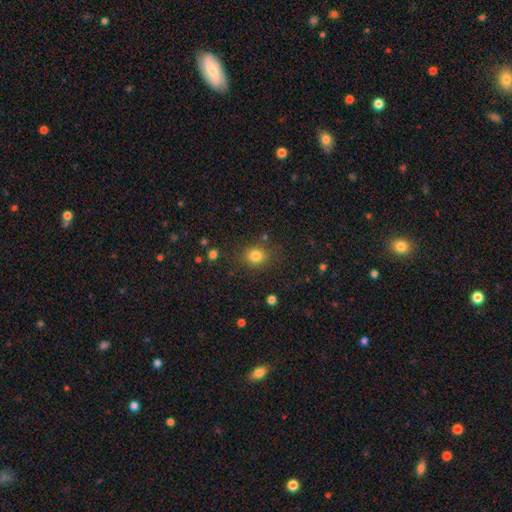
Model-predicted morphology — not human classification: The model was most divided on "how rounded": round: 71%, in between: 28%, cigar-shaped: 1%. More confident: merging — none (81%); smooth or featured — smooth (81%).